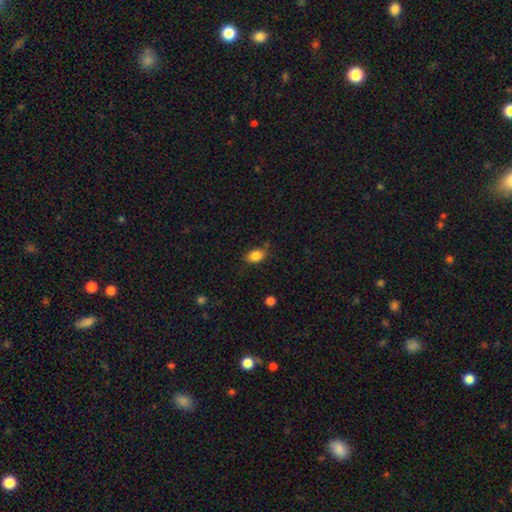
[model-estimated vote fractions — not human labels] Smooth or featured: smooth — 84% (star or artifact — 9%)
How rounded: in between — 81% (round — 18%)
Merging: none — 74% (minor disturbance — 19%)